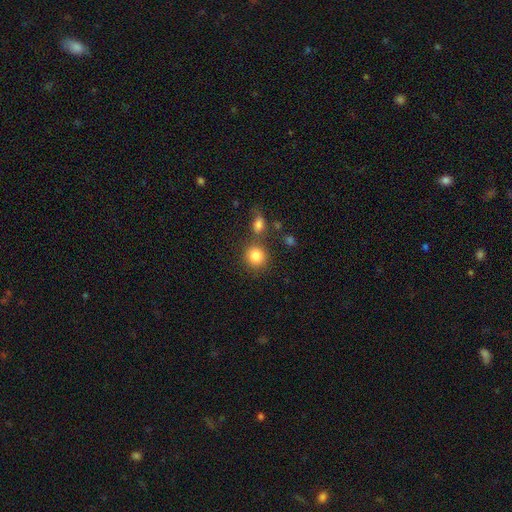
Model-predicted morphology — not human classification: This is clearly a smooth galaxy (84%). How rounded: clearly round (86%). Merging: likely none (71%).